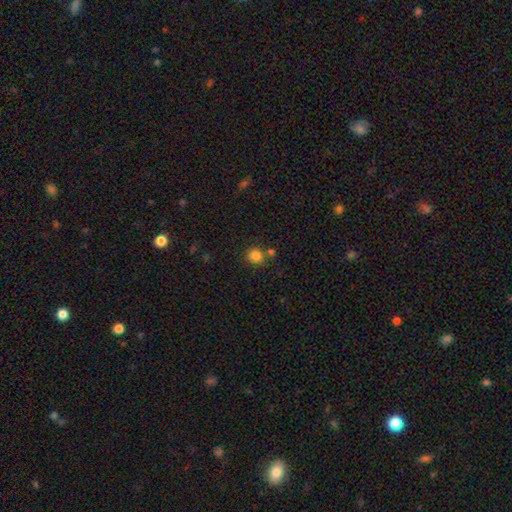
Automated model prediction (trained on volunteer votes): This appears to be a smooth galaxy with no disk features (84%) that is round (81%). Merging: none (72%).